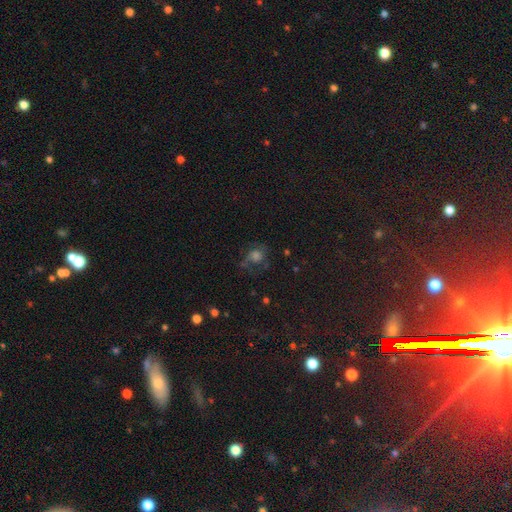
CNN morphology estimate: This appears to be a smooth galaxy with no disk features (37%). Merging: none (52%).